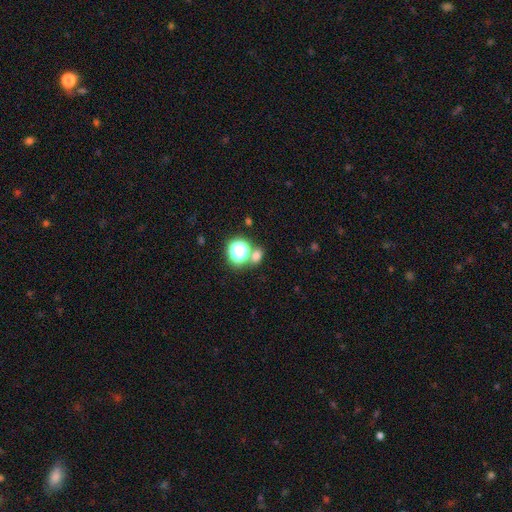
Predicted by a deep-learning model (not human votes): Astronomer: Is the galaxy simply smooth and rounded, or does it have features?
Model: smooth — 67%.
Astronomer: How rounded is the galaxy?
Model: round — 57% (runner-up: in between, 41%).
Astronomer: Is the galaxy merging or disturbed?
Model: none — 64%.